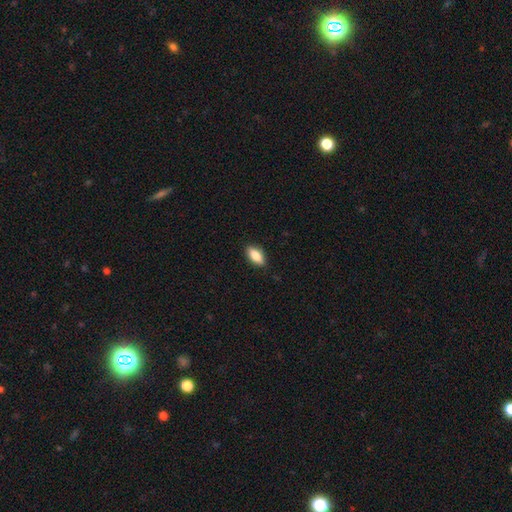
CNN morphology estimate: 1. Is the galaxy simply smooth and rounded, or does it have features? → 82% smooth, 11% featured or disk, 7% star or artifact.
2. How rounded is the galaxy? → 86% in between, 11% cigar-shaped, 3% round.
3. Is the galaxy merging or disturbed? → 88% none, 9% minor disturbance, 2% major disturbance, 1% merger.